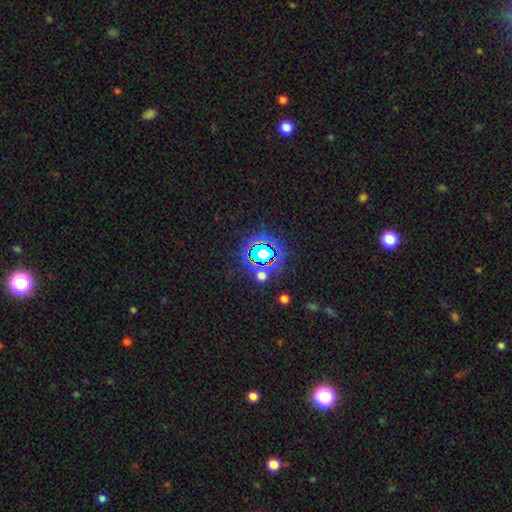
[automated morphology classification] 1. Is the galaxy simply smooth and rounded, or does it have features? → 77% star or artifact, 15% smooth, 8% featured or disk.